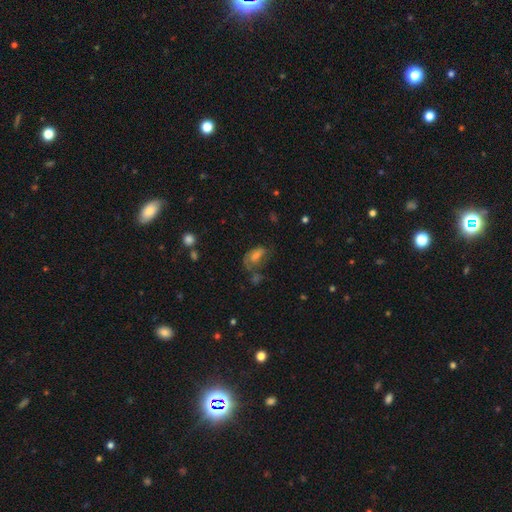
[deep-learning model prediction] Overall: featured or disk (47%; smooth 35%). Merging: none (44%; major disturbance 24%).